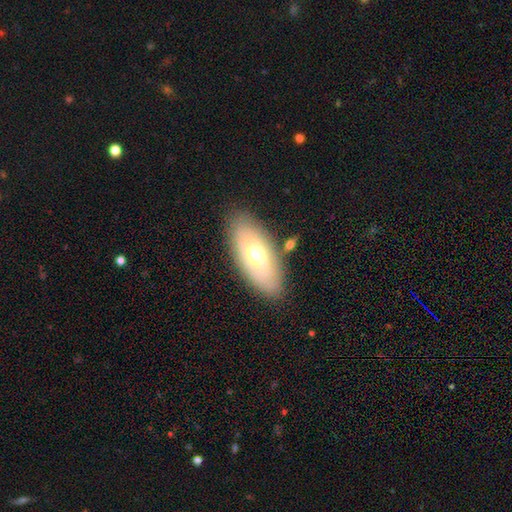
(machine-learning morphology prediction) smooth_or_featured: smooth (p=0.53) [alt: featured or disk p=0.40]
how_rounded: in between (p=0.87) [alt: cigar-shaped p=0.10]
merging: none (p=0.79) [alt: minor disturbance p=0.13]